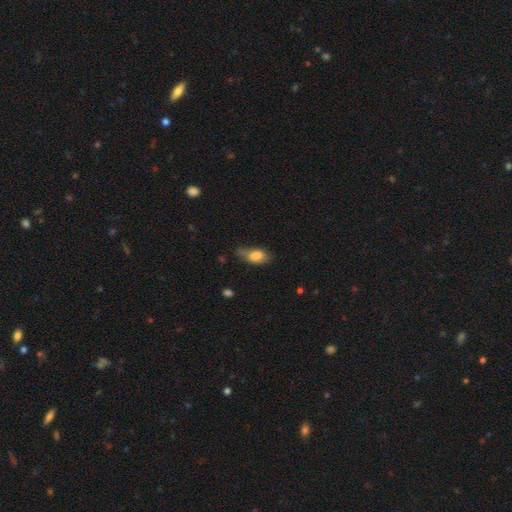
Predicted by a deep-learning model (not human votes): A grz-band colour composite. It shows a smooth galaxy with no disk features (78%) that is in between round and cigar-shaped (88%). Merging: none (46%).